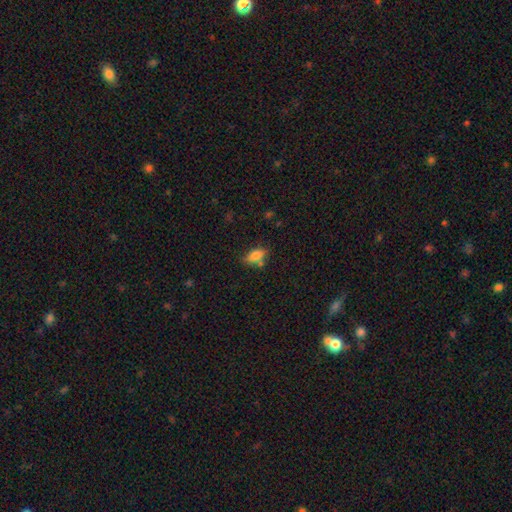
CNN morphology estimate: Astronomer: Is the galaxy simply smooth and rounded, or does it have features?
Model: smooth — 81%.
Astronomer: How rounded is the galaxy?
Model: in between — 84%.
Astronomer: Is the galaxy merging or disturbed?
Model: none — 67%.